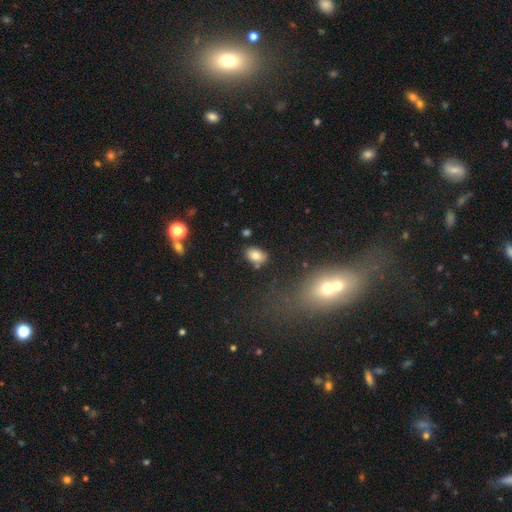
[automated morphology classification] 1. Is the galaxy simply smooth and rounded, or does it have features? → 80% smooth, 10% star or artifact, 10% featured or disk.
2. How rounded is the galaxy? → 85% in between, 14% round, 1% cigar-shaped.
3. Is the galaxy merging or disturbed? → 78% none, 12% minor disturbance, 7% merger, 3% major disturbance.